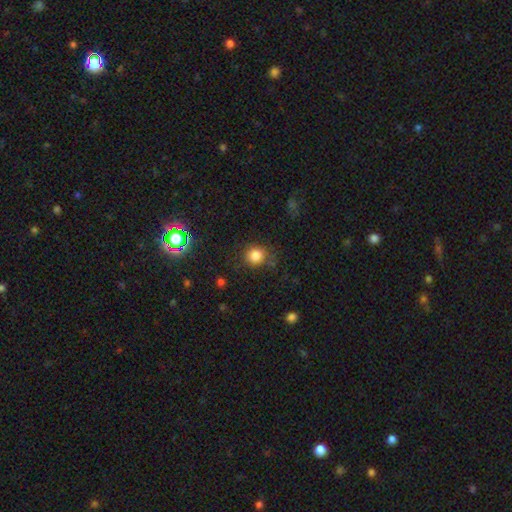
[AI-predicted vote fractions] smooth-or-featured: smooth: 81% | star or artifact: 13% | featured or disk: 5%
  how-rounded: round: 86% | in between: 13% | cigar-shaped: 1%
  merging: none: 79% | minor disturbance: 14% | major disturbance: 5% | merger: 2%